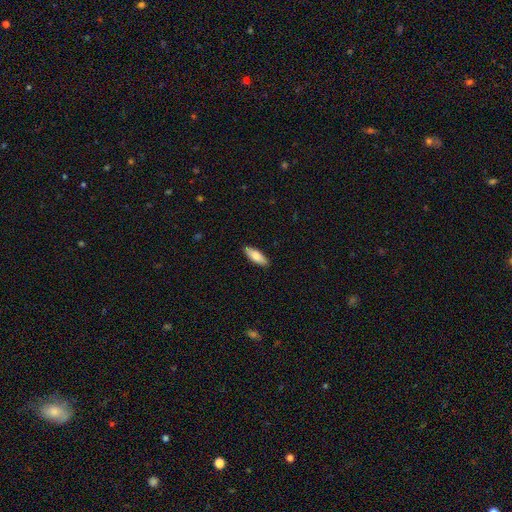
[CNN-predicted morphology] Smooth or featured?
  - smooth: 77% *
  - featured or disk: 17%
  - star or artifact: 6%
How rounded?
  - in between: 60% *
  - cigar-shaped: 38%
  - round: 2%
Merging?
  - none: 90% *
  - minor disturbance: 8%
  - major disturbance: 2%
  - merger: 1%